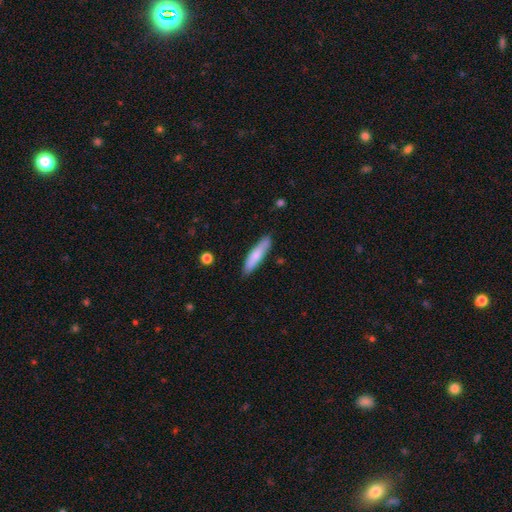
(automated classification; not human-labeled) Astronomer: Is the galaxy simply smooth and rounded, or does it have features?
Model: smooth — 72%.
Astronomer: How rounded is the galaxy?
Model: cigar-shaped — 81%.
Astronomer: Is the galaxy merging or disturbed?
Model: none — 84%.